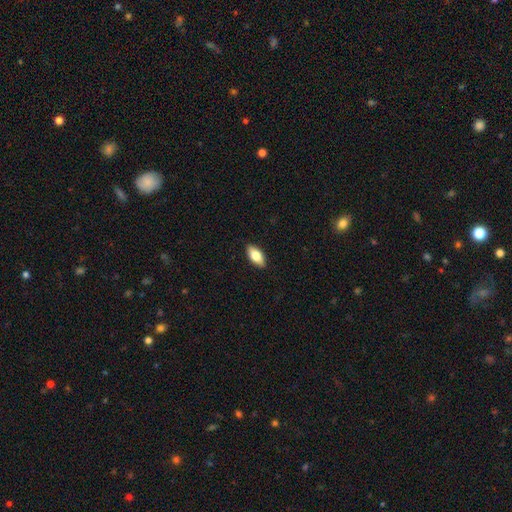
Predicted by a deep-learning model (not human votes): Q: Smooth or featured?
A: smooth (75%); runner-up: featured or disk (19%)
Q: How rounded?
A: in between (87%); runner-up: cigar-shaped (10%)
Q: Merging?
A: none (90%); runner-up: minor disturbance (8%)